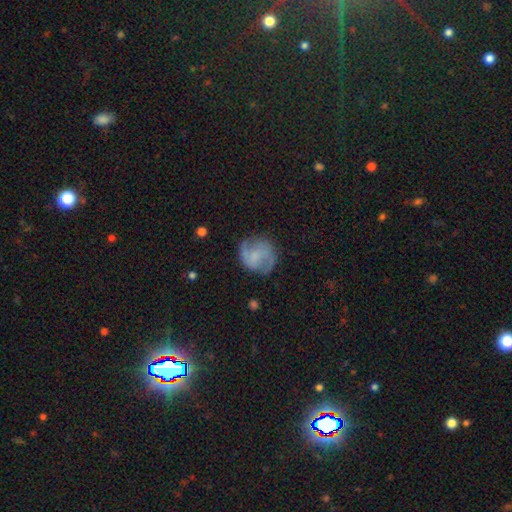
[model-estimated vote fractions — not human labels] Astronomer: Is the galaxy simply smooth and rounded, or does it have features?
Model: featured or disk — 67%.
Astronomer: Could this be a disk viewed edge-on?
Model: no — 98%.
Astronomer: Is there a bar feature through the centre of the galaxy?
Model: no — 46% (runner-up: weak, 43%).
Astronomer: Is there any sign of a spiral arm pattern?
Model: yes — 91%.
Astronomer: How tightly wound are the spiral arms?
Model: medium — 51%.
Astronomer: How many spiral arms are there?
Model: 2 — 83%.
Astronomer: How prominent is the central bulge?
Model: none — 44% (runner-up: small, 33%).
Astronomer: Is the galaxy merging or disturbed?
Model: none — 74%.